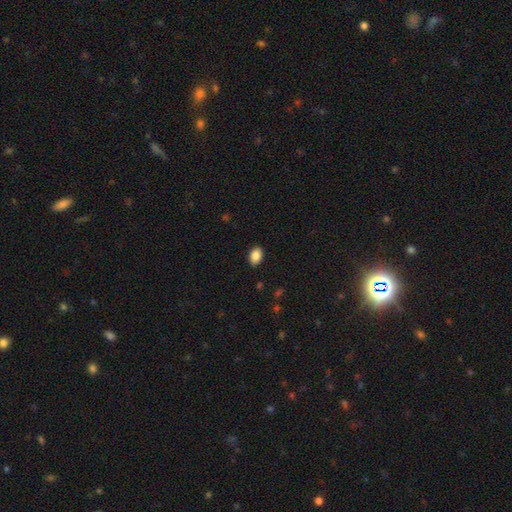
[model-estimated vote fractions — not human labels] Morphology: type=smooth (87%); roundness=in between (83%); merging=none (89%).